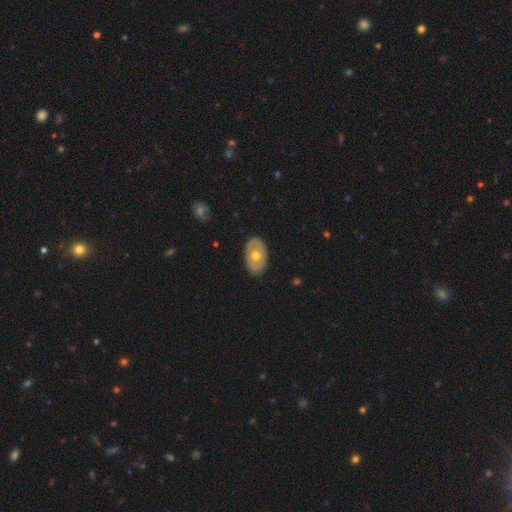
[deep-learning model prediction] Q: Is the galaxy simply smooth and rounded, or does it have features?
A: featured or disk — 48%.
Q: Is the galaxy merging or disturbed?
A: none — 85%.